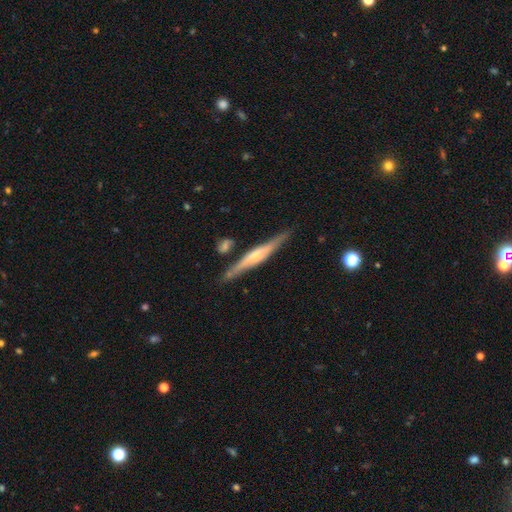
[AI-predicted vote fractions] Overall: featured or disk (74%). Edge-on disk: yes (96%). Edge-on bulge: rounded (74%). Merging: none (84%).